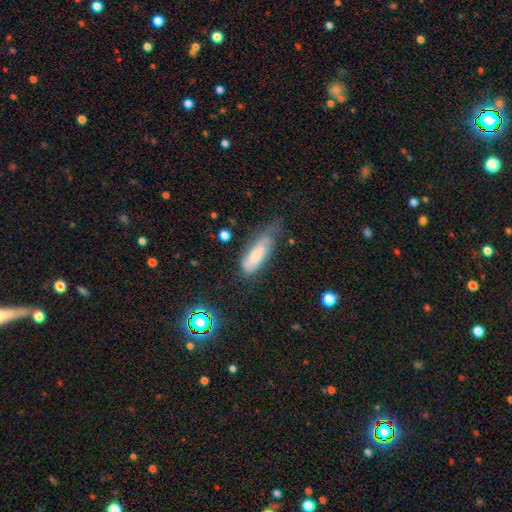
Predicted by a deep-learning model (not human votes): The model was most divided on "merging": minor disturbance: 38%, none: 35%, major disturbance: 23%, merger: 3%. More confident: how rounded — in between (63%); smooth or featured — smooth (55%).